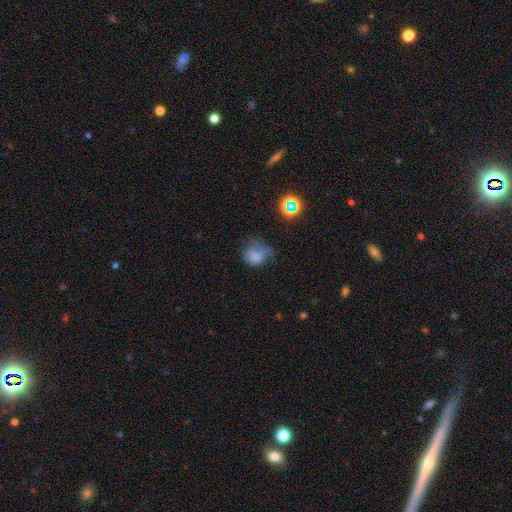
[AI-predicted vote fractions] This is likely a smooth galaxy (67%). How rounded: possibly round (54%). Merging: marginally none (34%).